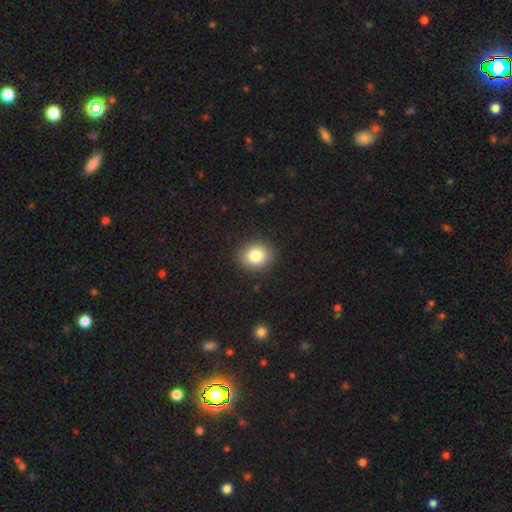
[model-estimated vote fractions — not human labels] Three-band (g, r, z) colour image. It shows a smooth galaxy with no disk features (83%) that is round (67%). Merging: none (89%).